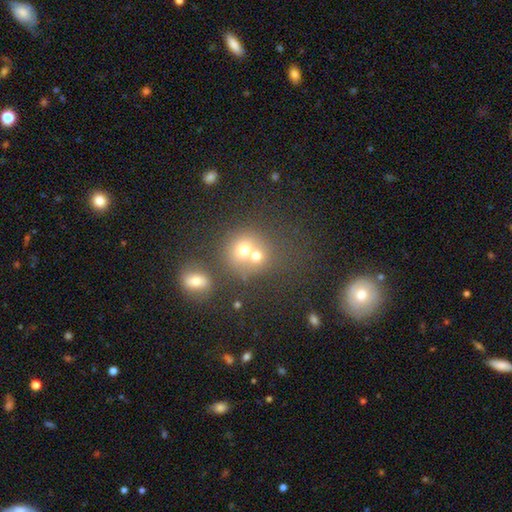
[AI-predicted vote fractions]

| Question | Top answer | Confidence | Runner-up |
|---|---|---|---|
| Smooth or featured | smooth | 68% | star or artifact (17%) |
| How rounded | round | 79% | in between (20%) |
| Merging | merger | 54% | none (36%) |